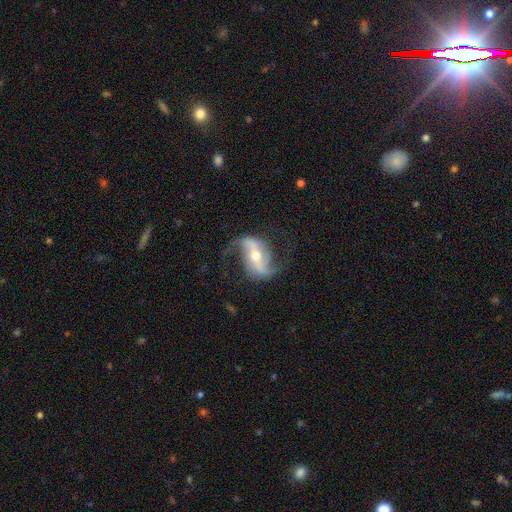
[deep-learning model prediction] smooth_or_featured: featured or disk (p=0.89) [alt: smooth p=0.06]
disk_edge_on: no (p=0.96) [alt: yes p=0.04]
bar: strong (p=0.49) [alt: weak p=0.30]
has_spiral_arms: yes (p=0.96) [alt: no p=0.04]
spiral_winding: loose (p=0.69) [alt: medium p=0.25]
spiral_arm_count: 2 (p=0.93) [alt: can't tell p=0.02]
bulge_size: moderate (p=0.58) [alt: small p=0.37]
merging: none (p=0.75) [alt: minor disturbance p=0.14]